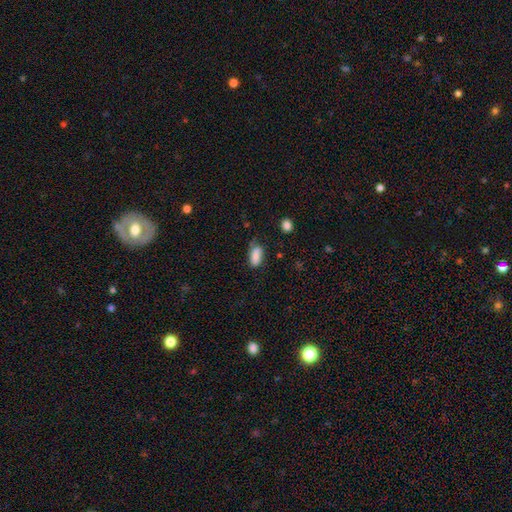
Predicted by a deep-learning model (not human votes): This appears to be a smooth galaxy with no disk features (79%) that is in between round and cigar-shaped (85%). Merging: none (49%).